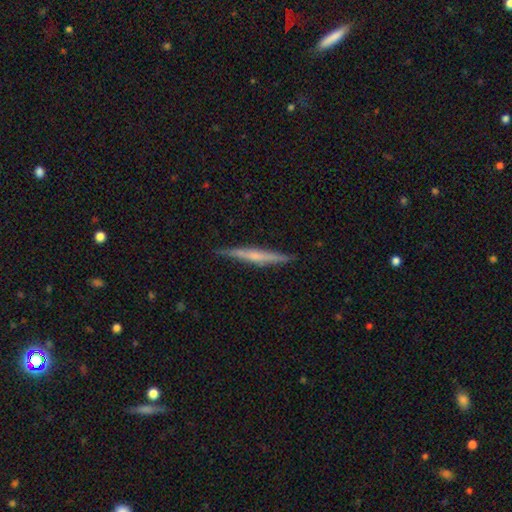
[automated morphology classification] This appears to be a featured or disk galaxy (59%) viewed edge-on (97%) with a rounded central bulge (47%). Merging: none (89%).